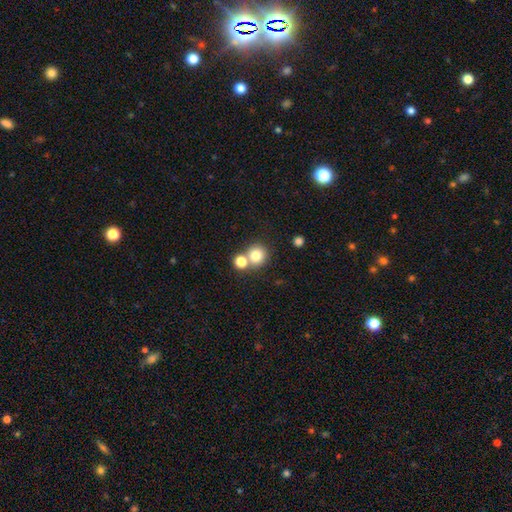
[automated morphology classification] A smooth galaxy with no disk features (79%) that is round (89%).

Vote fractions:
- Smooth or featured? smooth: 79% / star or artifact: 12% / featured or disk: 8%
- How rounded? round: 89% / in between: 10% / cigar-shaped: 1%
- Merging? none: 58% / merger: 33% / minor disturbance: 7% / major disturbance: 3%